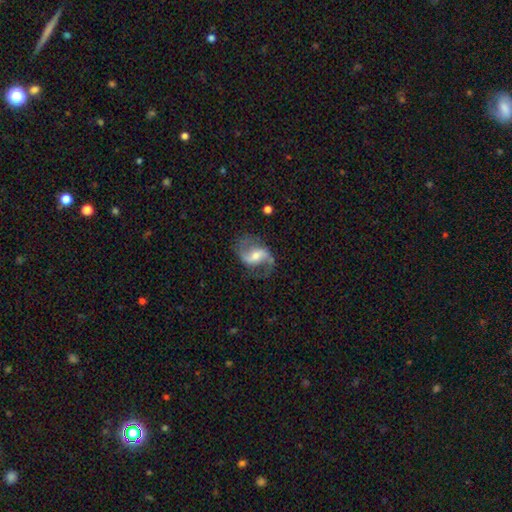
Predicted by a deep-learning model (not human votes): smooth-or-featured: featured or disk: 85% | smooth: 10% | star or artifact: 6%
  disk-edge-on: no: 97% | yes: 3%
    bar: weak: 44% | strong: 31% | no: 25%
    has-spiral-arms: yes: 95% | no: 5%
      spiral-winding: loose: 58% | medium: 35% | tight: 7%
      spiral-arm-count: 2: 90% | 1: 4% | can't tell: 3% | 3: 1% | 4: 1% | more than 4: 1%
    bulge-size: moderate: 52% | small: 40% | large: 5% | none: 3% | dominant: 1%
  merging: none: 71% | minor disturbance: 16% | major disturbance: 11% | merger: 2%